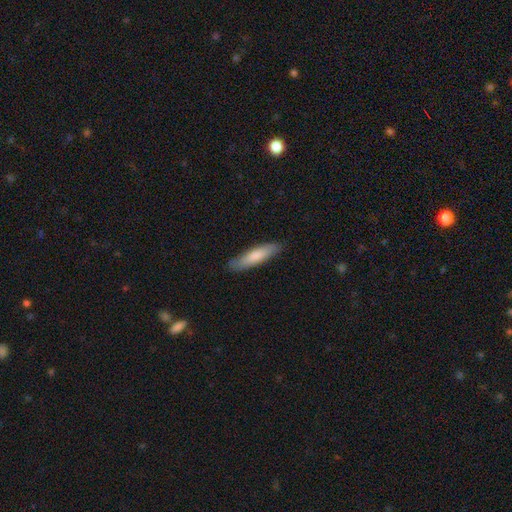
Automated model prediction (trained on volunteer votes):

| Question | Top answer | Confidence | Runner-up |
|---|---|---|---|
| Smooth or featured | smooth | 76% | featured or disk (19%) |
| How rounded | cigar-shaped | 74% | in between (24%) |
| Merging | none | 86% | minor disturbance (11%) |